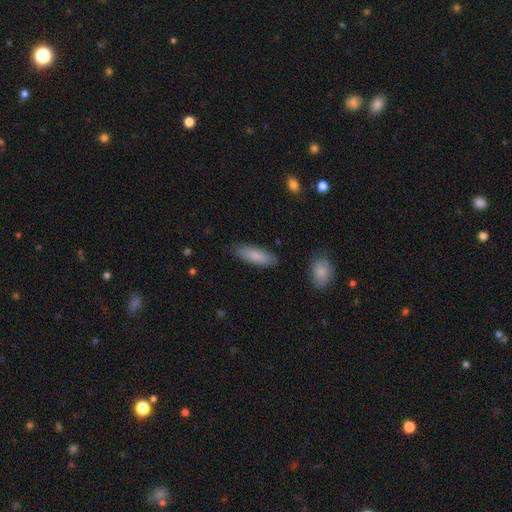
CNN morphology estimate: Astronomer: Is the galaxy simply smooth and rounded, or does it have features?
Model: smooth — 84%.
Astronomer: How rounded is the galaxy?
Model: in between — 59% (runner-up: cigar-shaped, 39%).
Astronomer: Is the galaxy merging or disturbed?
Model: none — 85%.